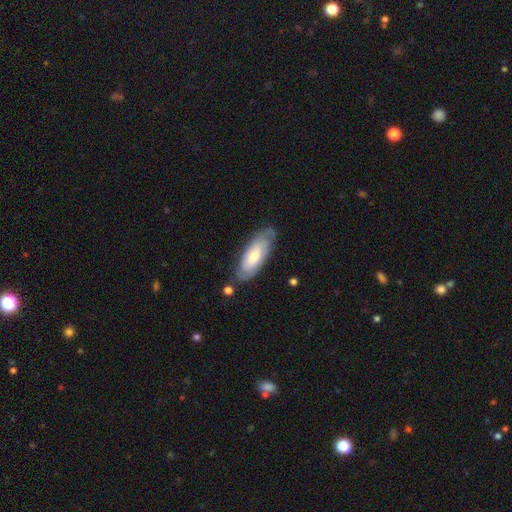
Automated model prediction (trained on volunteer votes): Smooth or featured?
  - featured or disk: 47% *
  - smooth: 45%
  - star or artifact: 8%
Merging?
  - none: 78% *
  - minor disturbance: 16%
  - major disturbance: 4%
  - merger: 2%